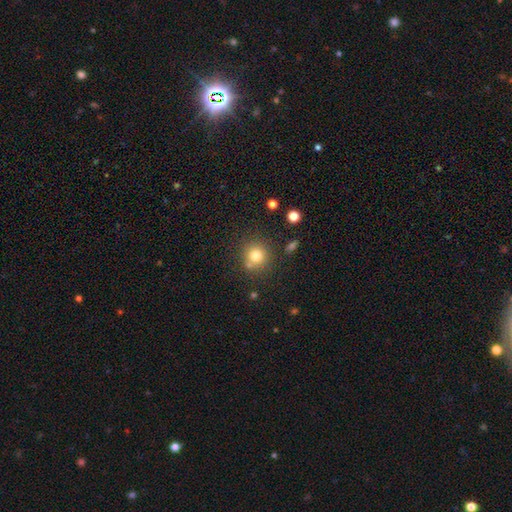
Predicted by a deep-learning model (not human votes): smooth_or_featured: smooth (p=0.78) [alt: star or artifact p=0.13]
how_rounded: round (p=0.91) [alt: in between p=0.08]
merging: none (p=0.74) [alt: merger p=0.12]